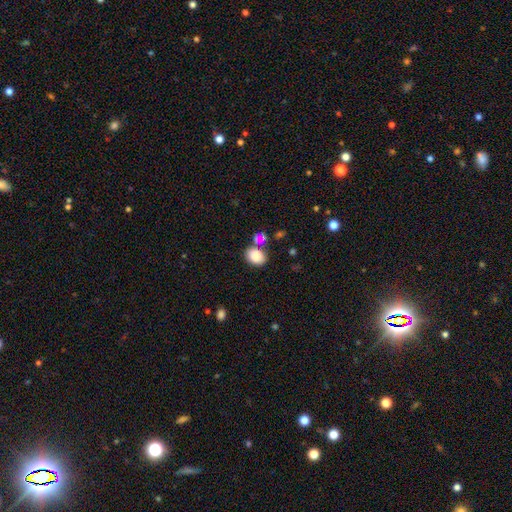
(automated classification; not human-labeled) A smooth galaxy with no disk features (85%) that is in between round and cigar-shaped (60%). Merging: none (63%).